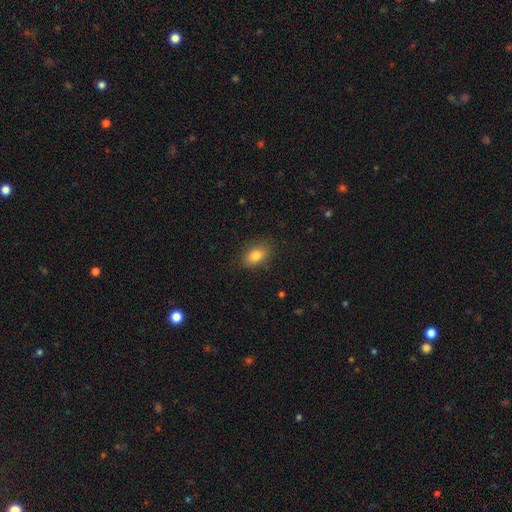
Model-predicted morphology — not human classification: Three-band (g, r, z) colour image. It shows a smooth galaxy with no disk features (82%) that is in between round and cigar-shaped (86%). Merging: none (84%).